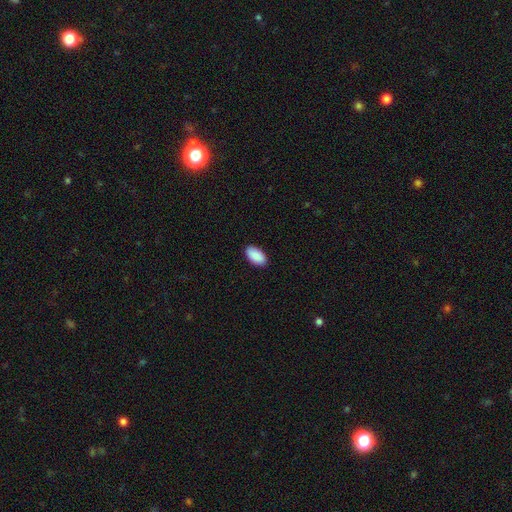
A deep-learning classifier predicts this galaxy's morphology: Overall: smooth (91%). How rounded: in between (95%). Merging: none (90%).